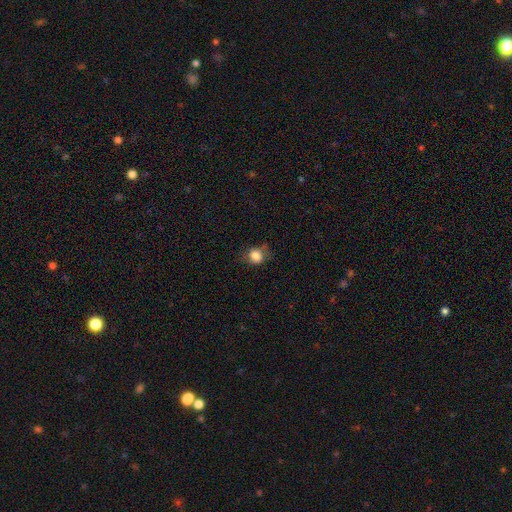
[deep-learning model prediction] Morphology: type=smooth (82%); roundness=round (66%); merging=none (62%).